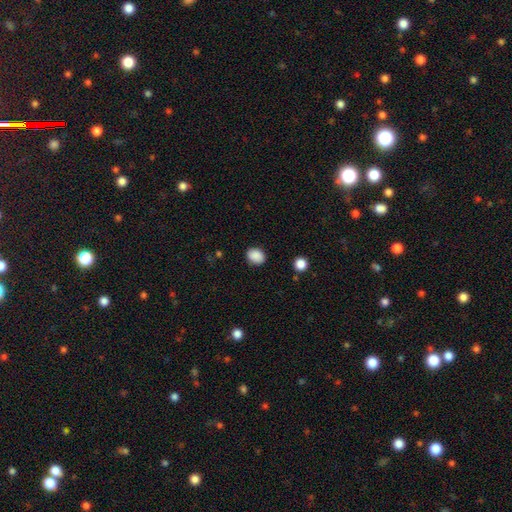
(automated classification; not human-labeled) smooth_or_featured: smooth (p=0.89) [alt: star or artifact p=0.08]
how_rounded: round (p=0.50) [alt: in between p=0.49]
merging: none (p=0.87) [alt: minor disturbance p=0.09]